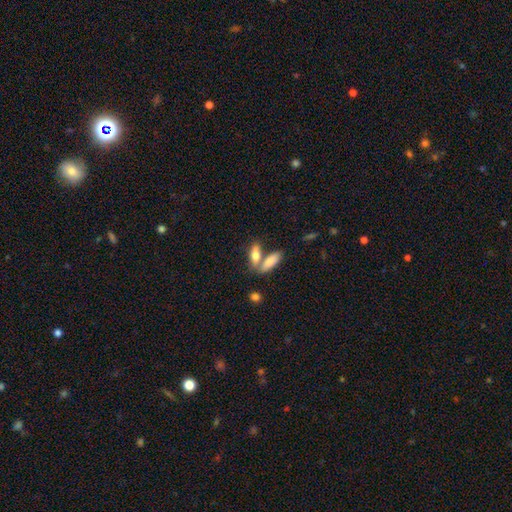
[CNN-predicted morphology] smooth-or-featured: smooth: 78% | featured or disk: 16% | star or artifact: 6%
  how-rounded: in between: 73% | cigar-shaped: 23% | round: 4%
  merging: merger: 47% | none: 40% | minor disturbance: 9% | major disturbance: 4%